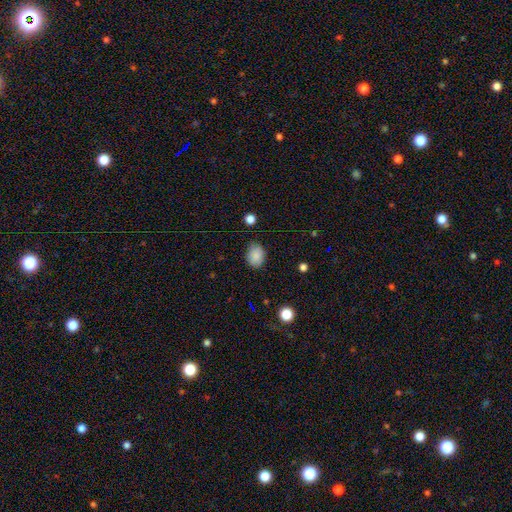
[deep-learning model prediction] Morphology: type=smooth (87%); roundness=in between (67%); merging=none (77%).